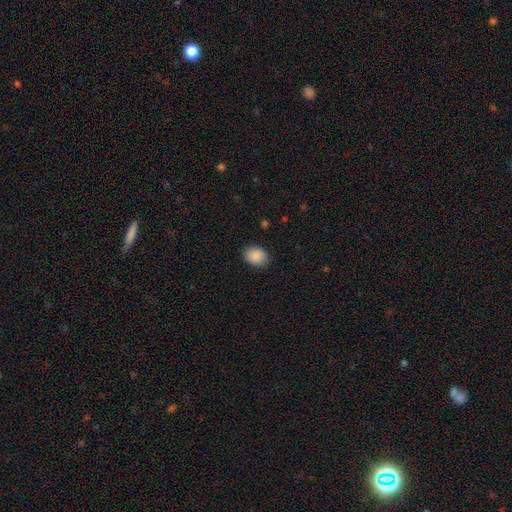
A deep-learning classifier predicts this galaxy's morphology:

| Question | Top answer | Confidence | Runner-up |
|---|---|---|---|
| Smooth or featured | smooth | 89% | star or artifact (7%) |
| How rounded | in between | 59% | round (40%) |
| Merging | none | 86% | minor disturbance (11%) |